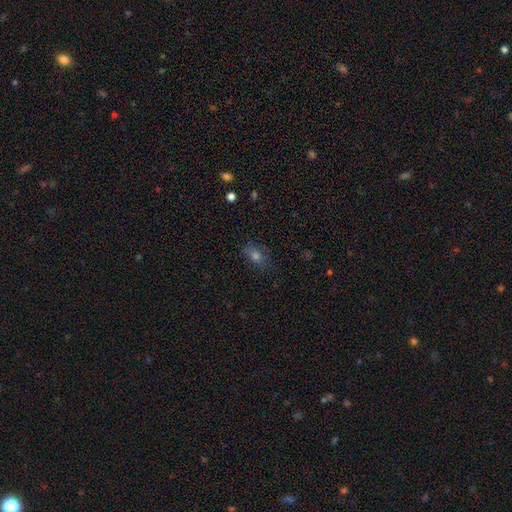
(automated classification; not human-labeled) The model was most divided on "smooth or featured": smooth: 66%, star or artifact: 20%, featured or disk: 15%. More confident: merging — none (79%); how rounded — in between (72%).